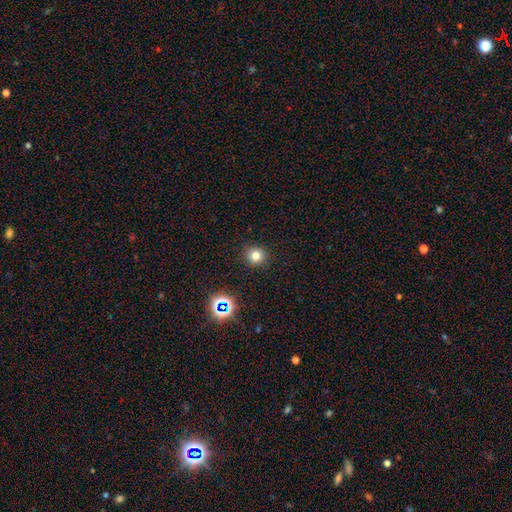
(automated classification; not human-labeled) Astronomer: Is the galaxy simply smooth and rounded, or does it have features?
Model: smooth — 76%.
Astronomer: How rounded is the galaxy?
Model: round — 90%.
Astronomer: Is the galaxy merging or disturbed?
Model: none — 90%.